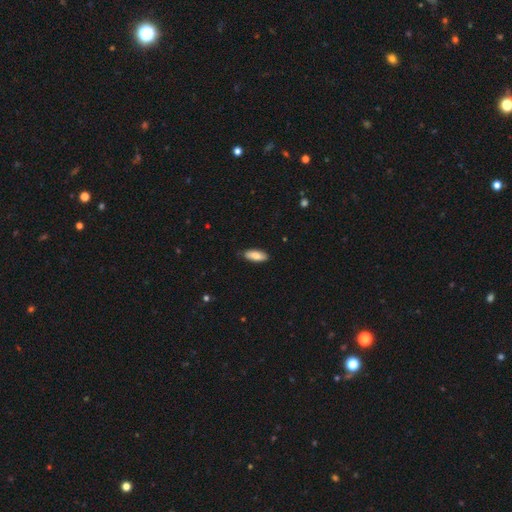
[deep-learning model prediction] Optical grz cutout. It shows a smooth galaxy with no disk features (85%) that is in between round and cigar-shaped (77%). Merging: none (84%).